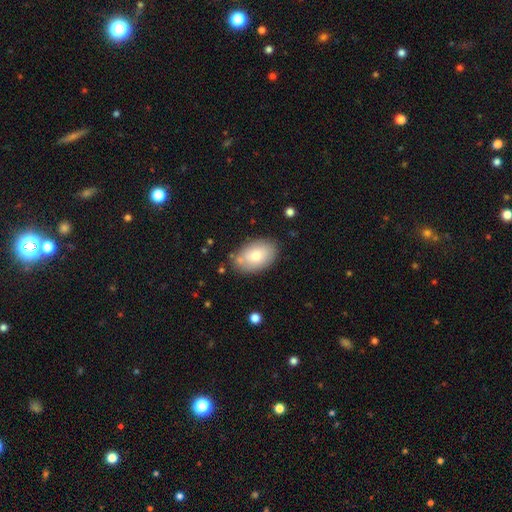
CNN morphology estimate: smooth 75%, featured or disk 19%, star or artifact 7%. Down the decision tree: how rounded — in between (90%); merging — none (76%).